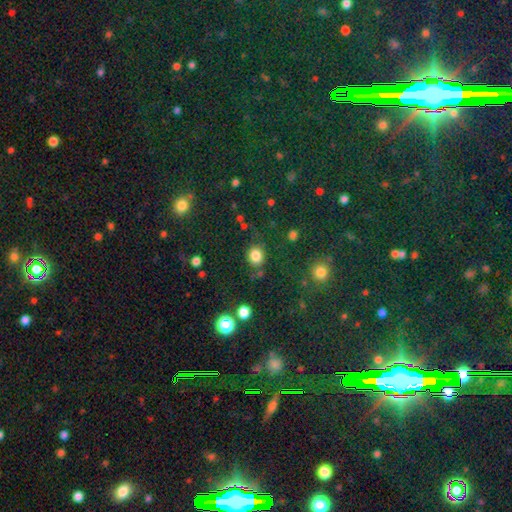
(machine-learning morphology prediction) Smooth or featured? smooth (82%)
How rounded? round (75%)
Merging? none (79%)